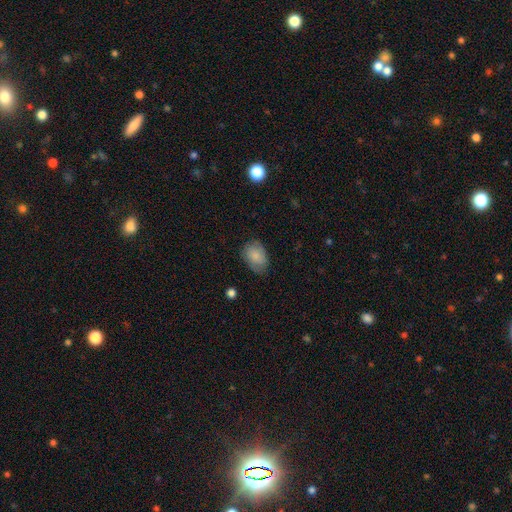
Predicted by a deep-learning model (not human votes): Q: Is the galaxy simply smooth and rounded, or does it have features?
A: smooth — 80%.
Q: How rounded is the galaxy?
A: in between — 82%.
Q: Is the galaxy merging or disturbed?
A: none — 69%.